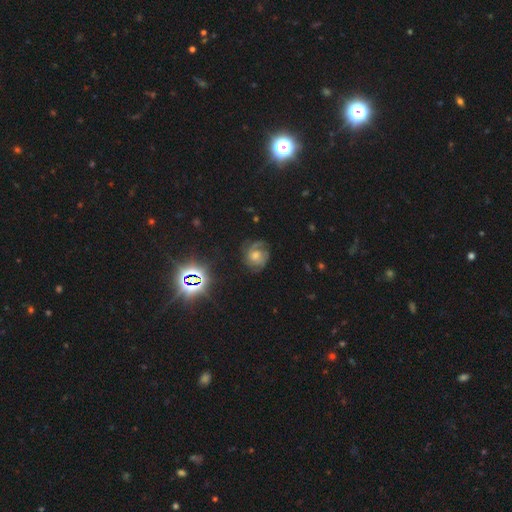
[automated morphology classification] type=featured or disk (61%); edge-on=no (97%); bar=no (75%); spiral arms=yes (89%); winding=tight (52%); arm count=2 (31%); bulge=moderate (52%); merging=none (68%).